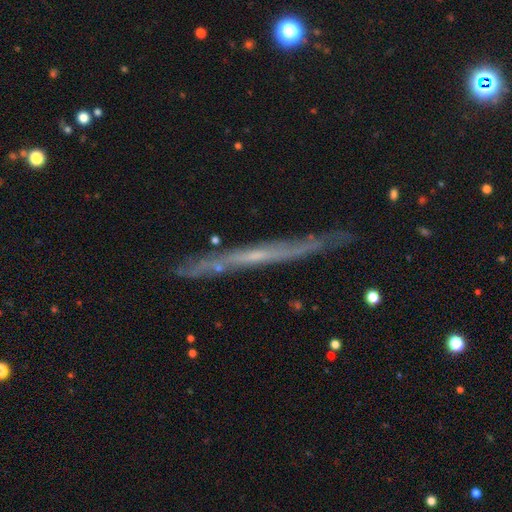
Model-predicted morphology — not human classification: smooth-or-featured: featured or disk: 68% | smooth: 25% | star or artifact: 7%
  disk-edge-on: yes: 92% | no: 8%
    edge-on-bulge: none: 81% | rounded: 15% | boxy: 4%
  merging: none: 79% | minor disturbance: 16% | major disturbance: 3% | merger: 2%